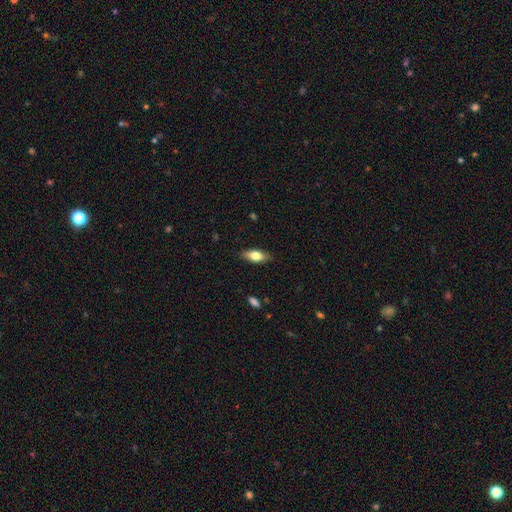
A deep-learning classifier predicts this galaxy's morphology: A smooth galaxy with no disk features (71%) that is in between round and cigar-shaped (80%).

Vote fractions:
- Smooth or featured? smooth: 71% / featured or disk: 22% / star or artifact: 7%
- How rounded? in between: 80% / cigar-shaped: 17% / round: 3%
- Merging? none: 86% / minor disturbance: 11% / major disturbance: 2% / merger: 1%